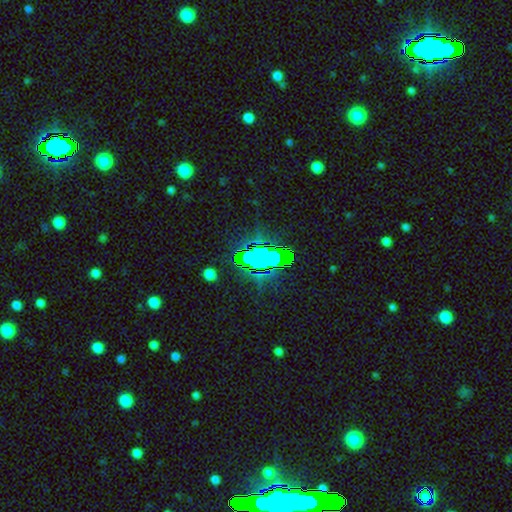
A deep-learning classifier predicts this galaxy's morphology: smooth_or_featured: star or artifact (p=0.57) [alt: smooth p=0.26]